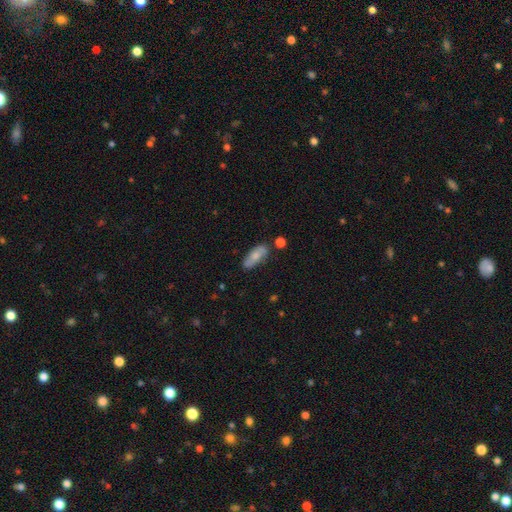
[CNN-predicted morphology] smooth_or_featured: smooth (p=0.67) [alt: featured or disk p=0.26]
how_rounded: in between (p=0.71) [alt: cigar-shaped p=0.26]
merging: none (p=0.73) [alt: minor disturbance p=0.19]